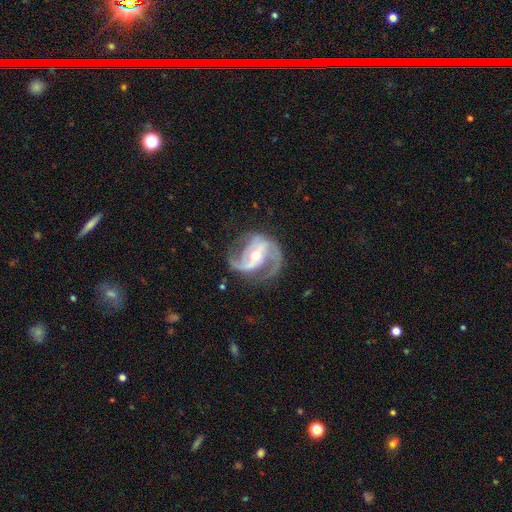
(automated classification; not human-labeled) This is clearly a featured or disk galaxy (91%). It is clearly not viewed edge-on (98%). Bar: marginally strong (36%, tied with weak). Spiral arm pattern: clearly yes (98%). Spiral arm count: likely 2 (75%). Spiral winding: possibly medium (55%). Central bulge: possibly moderate (59%). Merging: likely none (69%).